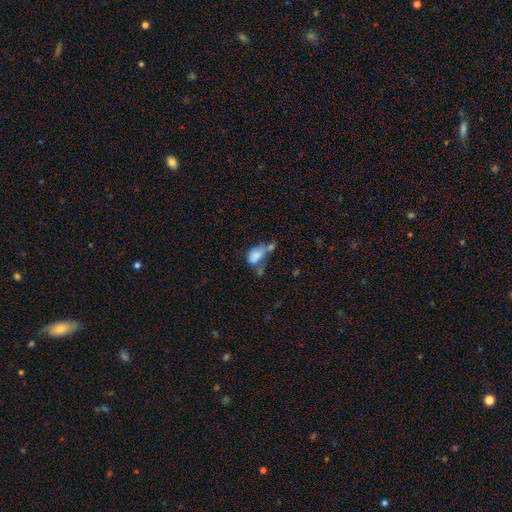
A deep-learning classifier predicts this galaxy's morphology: This appears to be a smooth galaxy with no disk features (72%) that is in between round and cigar-shaped (85%). Merging: merger (43%).